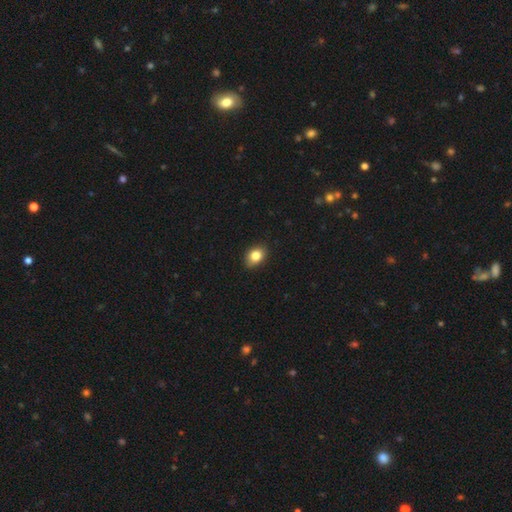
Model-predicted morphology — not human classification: This appears to be a smooth galaxy with no disk features (83%) that is in between round and cigar-shaped (70%). Merging: none (87%).